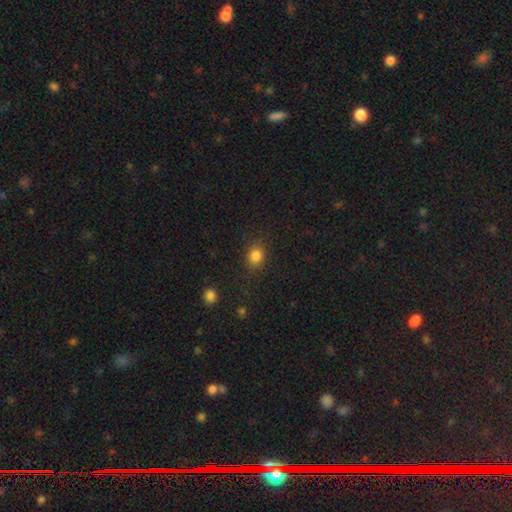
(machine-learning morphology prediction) smooth 83%, star or artifact 12%, featured or disk 5%. Down the decision tree: how rounded — round (58%); merging — none (83%).